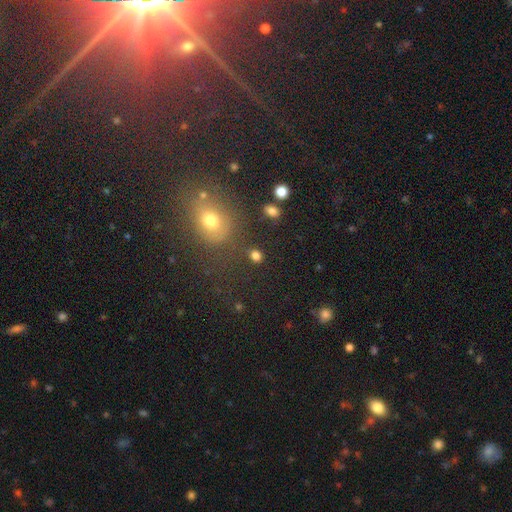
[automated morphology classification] type=smooth (80%); roundness=round (66%); merging=none (80%).